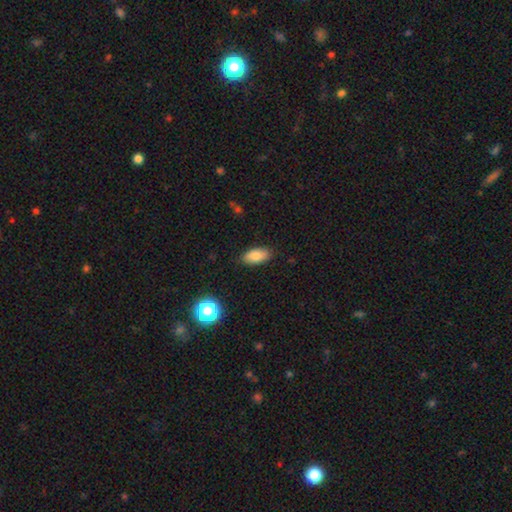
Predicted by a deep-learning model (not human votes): Smooth or featured: smooth — 84% (star or artifact — 8%)
How rounded: in between — 92% (cigar-shaped — 4%)
Merging: none — 86% (minor disturbance — 11%)